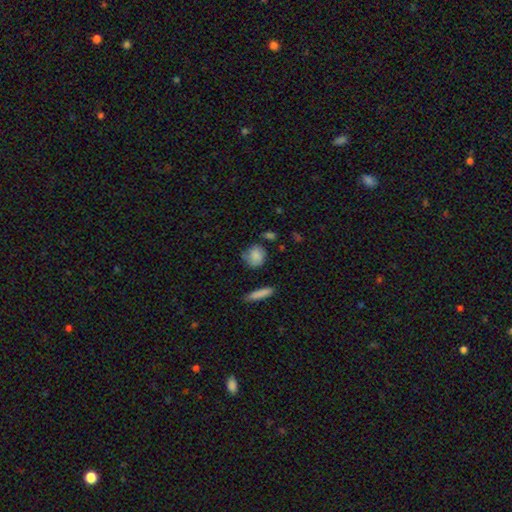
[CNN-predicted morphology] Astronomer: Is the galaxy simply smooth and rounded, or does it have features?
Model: smooth — 78%.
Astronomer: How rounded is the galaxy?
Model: round — 75%.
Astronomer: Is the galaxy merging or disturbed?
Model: none — 66%.